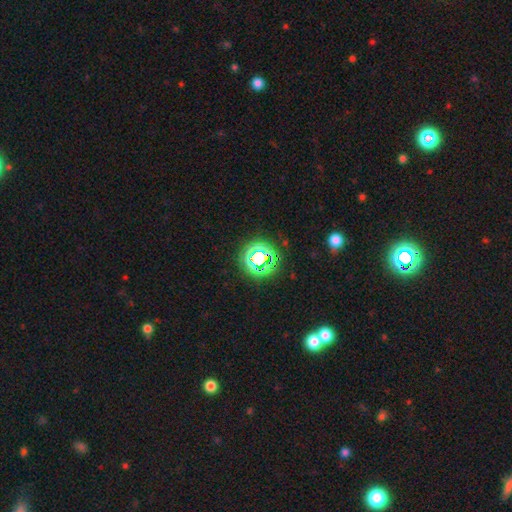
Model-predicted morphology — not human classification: Q: Smooth or featured?
A: star or artifact (66%); runner-up: smooth (23%)